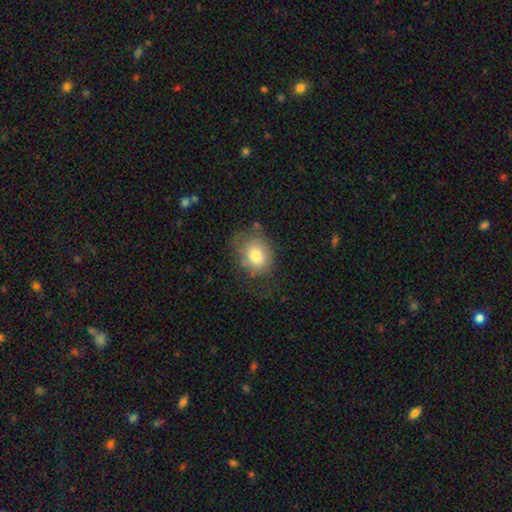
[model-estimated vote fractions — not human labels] This appears to be a smooth galaxy with no disk features (77%) that is round (53%). Merging: none (57%).